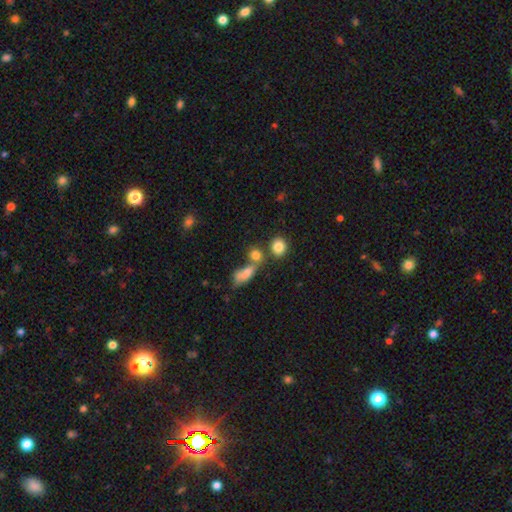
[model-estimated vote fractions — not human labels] A smooth galaxy with no disk features (75%) that is in between round and cigar-shaped (46%).

Vote fractions:
- Smooth or featured? smooth: 75% / star or artifact: 14% / featured or disk: 11%
- How rounded? in between: 46% / round: 45% / cigar-shaped: 9%
- Merging? none: 45% / merger: 35% / minor disturbance: 12% / major disturbance: 8%